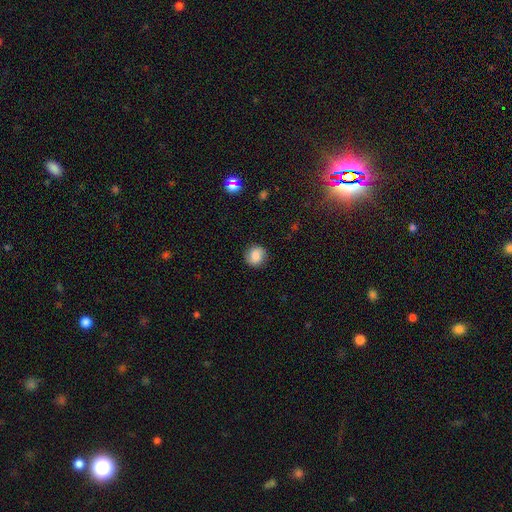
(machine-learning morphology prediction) A smooth galaxy with no disk features (78%) that is round (85%). Merging: none (86%).